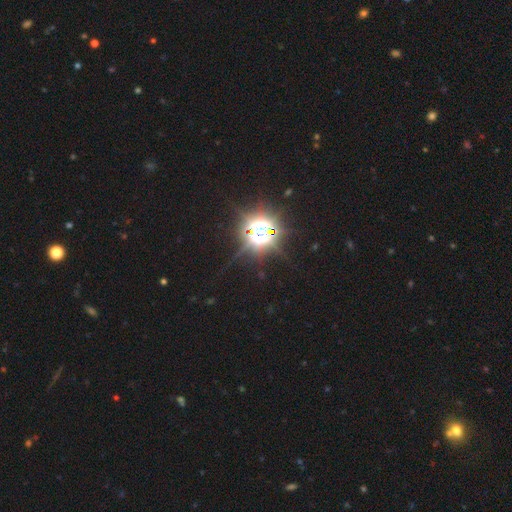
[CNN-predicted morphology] Smooth or featured: star or artifact — 85% (smooth — 9%)